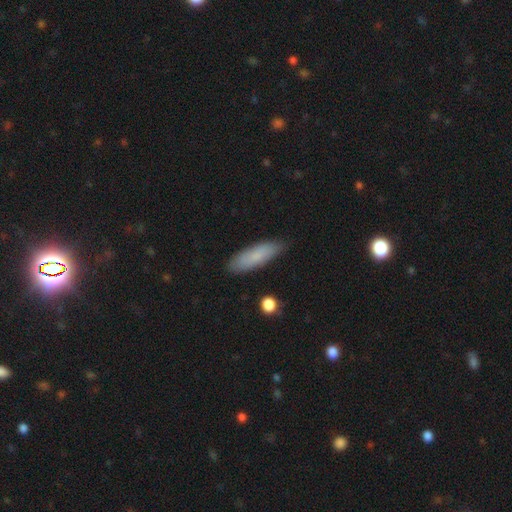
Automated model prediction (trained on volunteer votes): This appears to be a smooth galaxy with no disk features (81%) that is cigar-shaped (53%). Merging: none (85%).